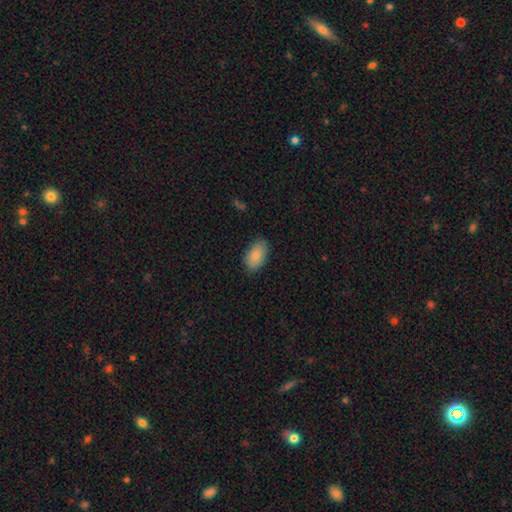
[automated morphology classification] The model was most divided on "merging": none: 79%, minor disturbance: 17%, major disturbance: 3%, merger: 1%. More confident: how rounded — in between (93%); smooth or featured — smooth (84%).